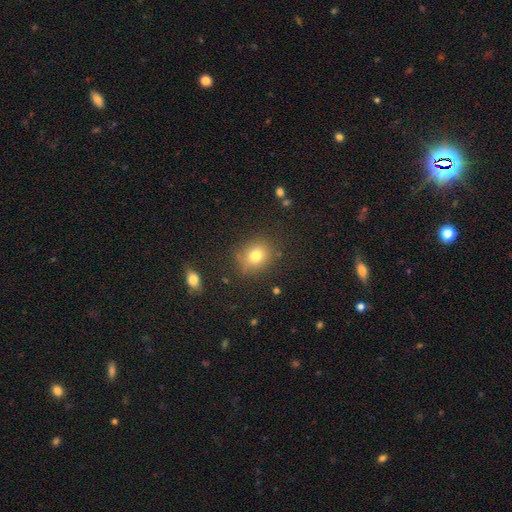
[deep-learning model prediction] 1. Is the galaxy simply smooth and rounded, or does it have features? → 77% smooth, 13% star or artifact, 10% featured or disk.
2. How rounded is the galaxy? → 65% round, 34% in between, 1% cigar-shaped.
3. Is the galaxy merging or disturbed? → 77% none, 15% minor disturbance, 5% major disturbance, 3% merger.